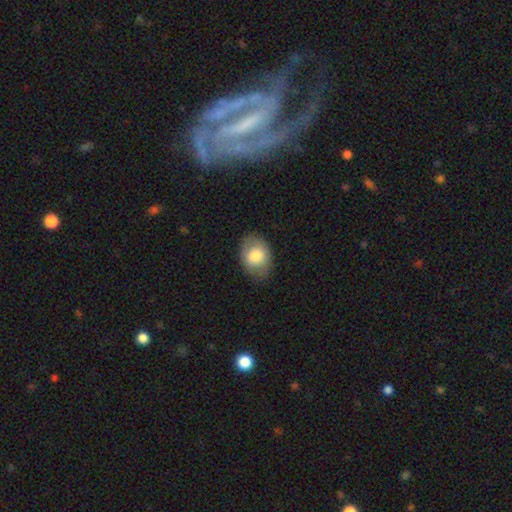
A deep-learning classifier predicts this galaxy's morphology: Smooth or featured: smooth — 78% (featured or disk — 15%)
How rounded: in between — 72% (round — 27%)
Merging: none — 78% (minor disturbance — 17%)